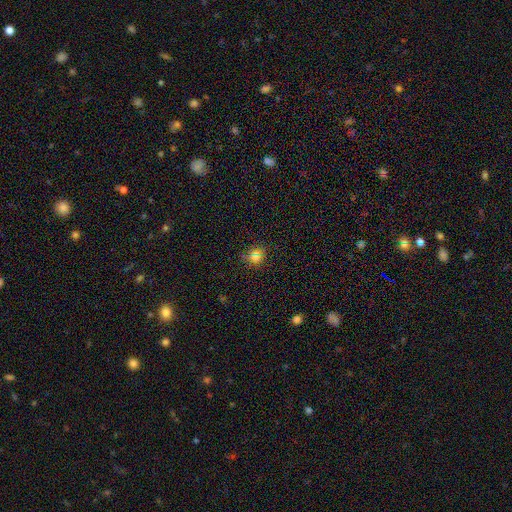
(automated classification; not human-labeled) Smooth or featured? smooth (65%)
How rounded? round (83%)
Merging? none (84%)